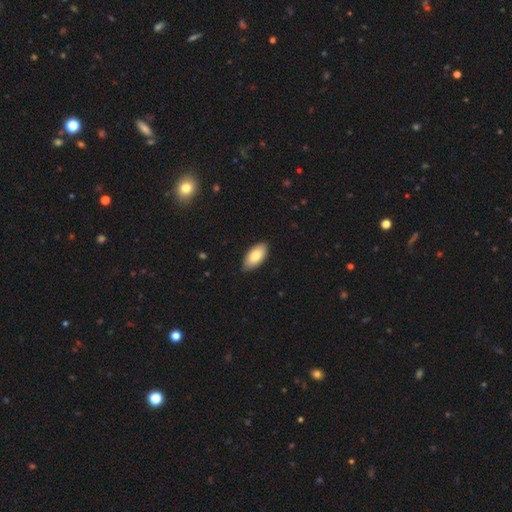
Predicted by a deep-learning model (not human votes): Smooth or featured? smooth (82%)
How rounded? in between (94%)
Merging? none (83%)